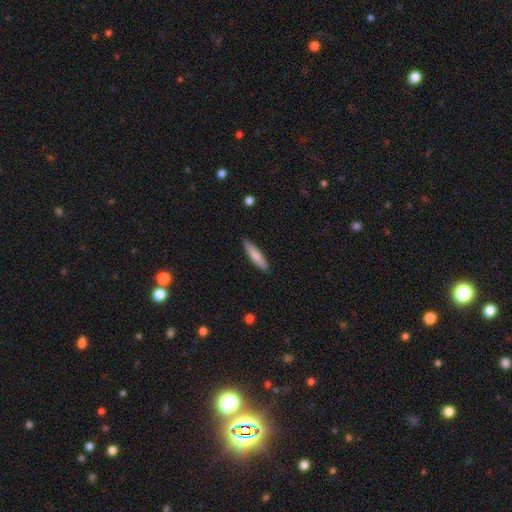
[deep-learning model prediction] Q: Smooth or featured?
A: smooth (80%); runner-up: featured or disk (15%)
Q: How rounded?
A: cigar-shaped (83%); runner-up: in between (15%)
Q: Merging?
A: none (89%); runner-up: minor disturbance (8%)